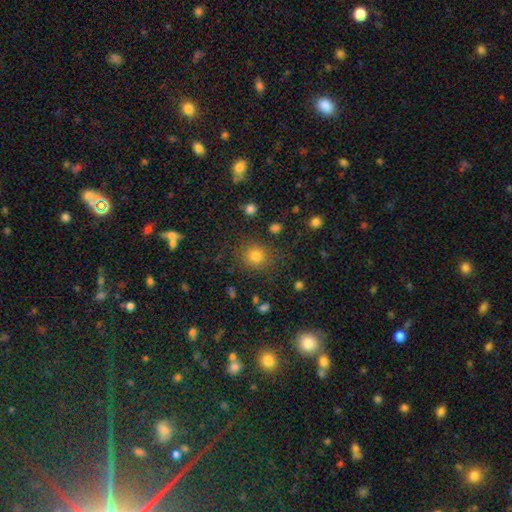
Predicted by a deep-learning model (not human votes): Smooth or featured? smooth (78%)
How rounded? round (85%)
Merging? none (84%)